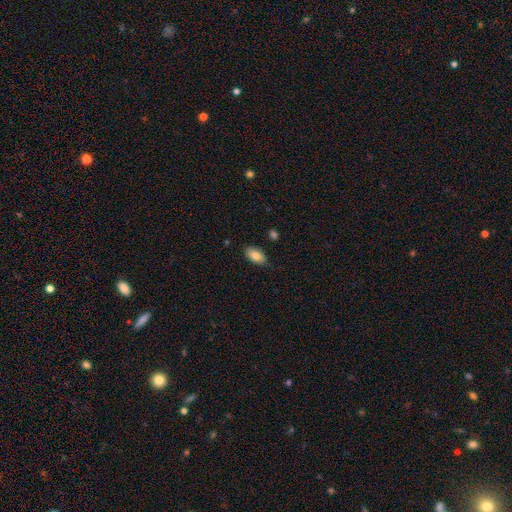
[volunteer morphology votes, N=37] A smooth galaxy with no disk features (92%) that is in between round and cigar-shaped (91%). Merging: none (83%).